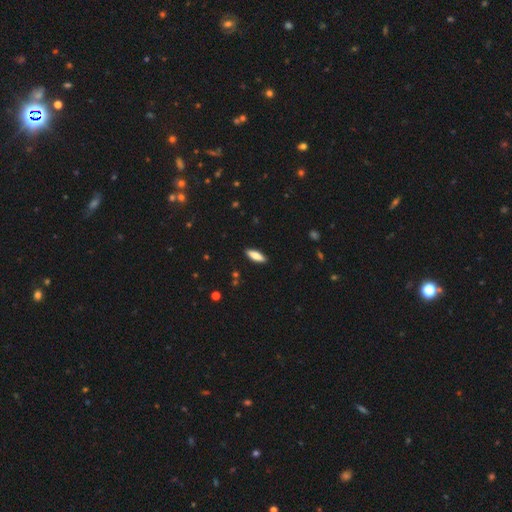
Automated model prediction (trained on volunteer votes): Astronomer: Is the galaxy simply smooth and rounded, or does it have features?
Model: smooth — 80%.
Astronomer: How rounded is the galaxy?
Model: in between — 56% (runner-up: cigar-shaped, 43%).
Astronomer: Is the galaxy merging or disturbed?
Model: none — 89%.